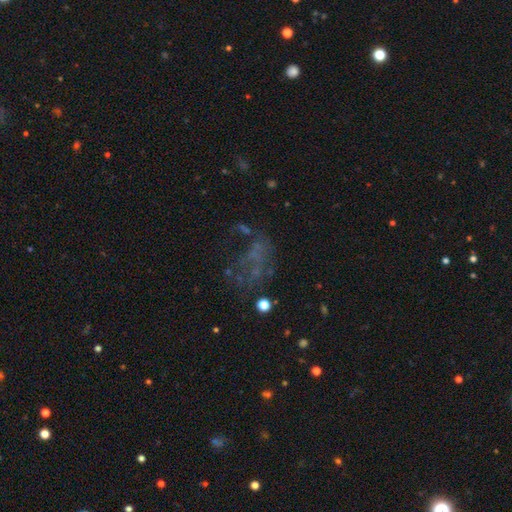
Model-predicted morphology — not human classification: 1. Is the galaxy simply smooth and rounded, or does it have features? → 42% featured or disk, 32% star or artifact, 26% smooth.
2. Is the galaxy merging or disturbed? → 40% major disturbance, 36% none, 15% minor disturbance, 9% merger.